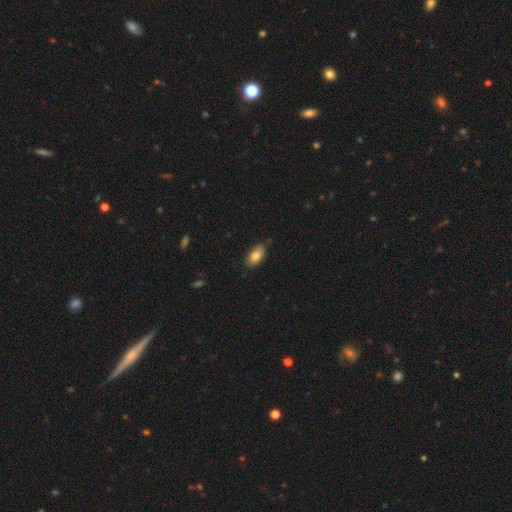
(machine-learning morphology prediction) This is clearly a smooth galaxy (82%). How rounded: clearly in between (92%). Merging: clearly none (82%).